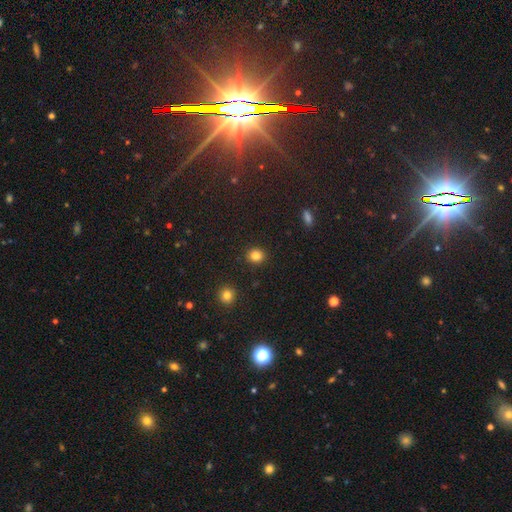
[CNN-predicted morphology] Smooth or featured: smooth — 84% (star or artifact — 11%)
How rounded: round — 82% (in between — 17%)
Merging: none — 91% (minor disturbance — 6%)